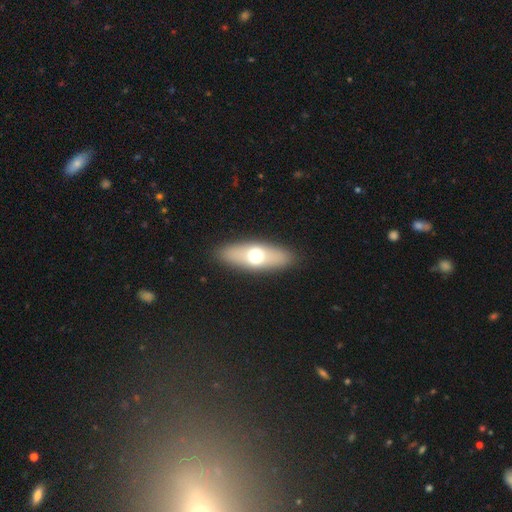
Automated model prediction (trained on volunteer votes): Overall: smooth (59%; featured or disk 34%). How rounded: in between (62%; cigar-shaped 33%). Merging: none (89%).